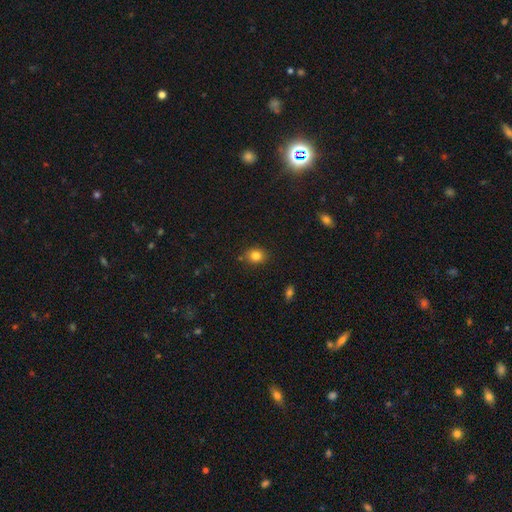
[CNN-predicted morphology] type=smooth (82%); roundness=round (62%); merging=none (85%).